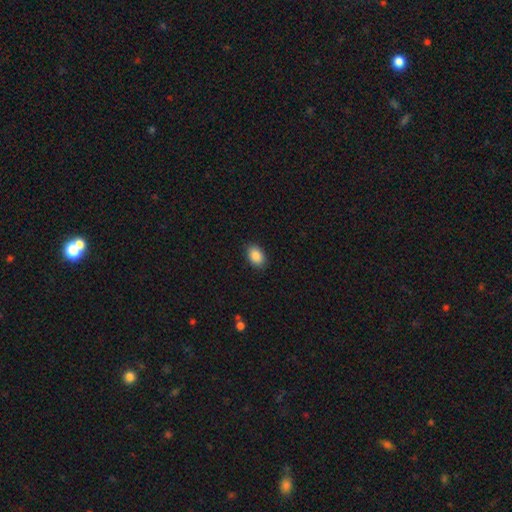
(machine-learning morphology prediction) This appears to be a smooth galaxy with no disk features (89%) that is in between round and cigar-shaped (86%). Merging: none (88%).